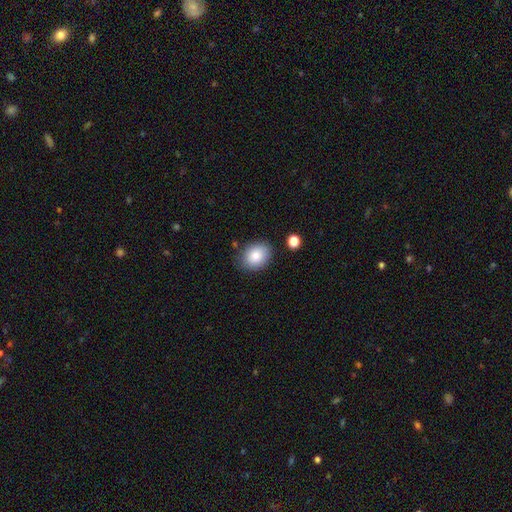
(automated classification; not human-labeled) Smooth or featured? Predicted: smooth (p=0.82). How rounded? Predicted: in between (p=0.54). Merging? Predicted: none (p=0.81).